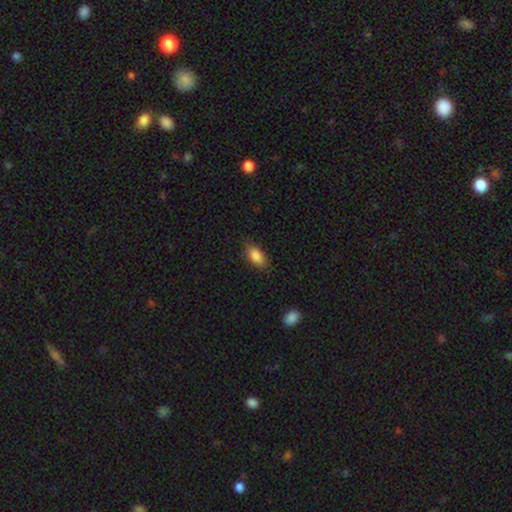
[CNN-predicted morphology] smooth-or-featured: smooth: 86% | star or artifact: 7% | featured or disk: 7%
  how-rounded: in between: 89% | cigar-shaped: 7% | round: 5%
  merging: none: 77% | minor disturbance: 18% | major disturbance: 4% | merger: 1%